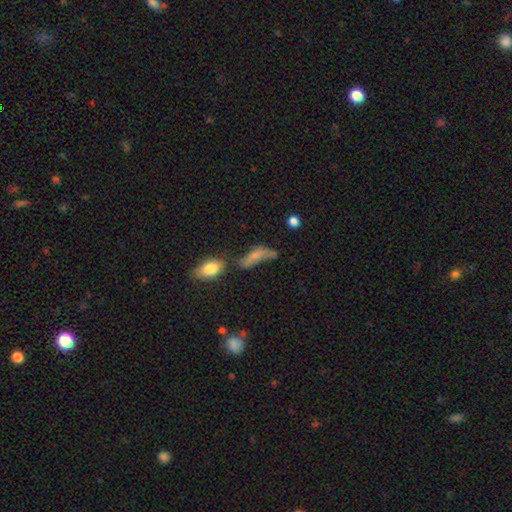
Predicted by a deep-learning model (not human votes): smooth-or-featured: smooth: 65% | featured or disk: 22% | star or artifact: 13%
  how-rounded: in between: 59% | cigar-shaped: 35% | round: 6%
  merging: none: 29% | merger: 26% | major disturbance: 23% | minor disturbance: 22%